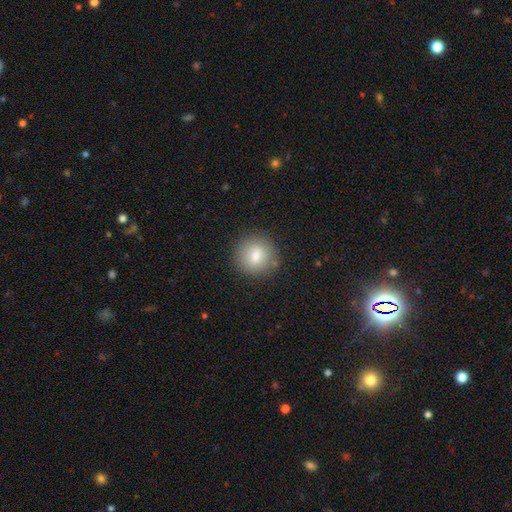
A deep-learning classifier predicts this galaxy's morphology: Overall: smooth (80%). How rounded: round (91%). Merging: none (86%).